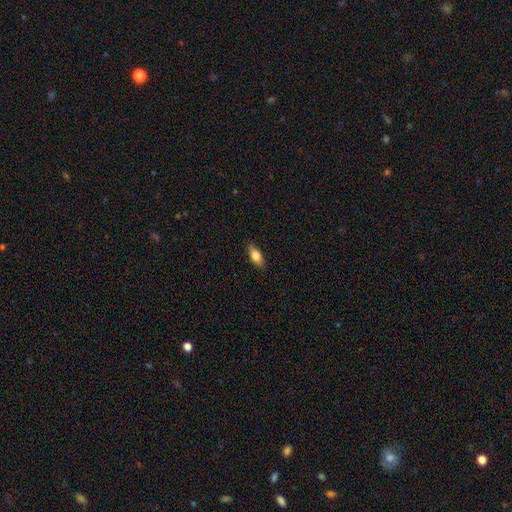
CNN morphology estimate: This appears to be a smooth galaxy with no disk features (73%) that is in between round and cigar-shaped (75%). Merging: none (87%).